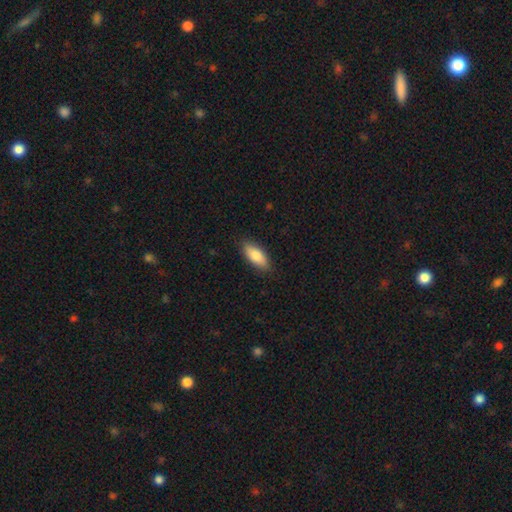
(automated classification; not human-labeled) smooth-or-featured: smooth: 81% | featured or disk: 13% | star or artifact: 6%
  how-rounded: in between: 81% | cigar-shaped: 17% | round: 2%
  merging: none: 87% | minor disturbance: 10% | major disturbance: 2% | merger: 1%